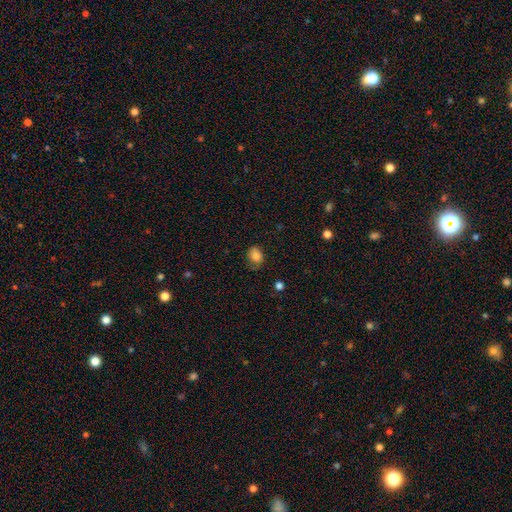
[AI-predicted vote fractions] smooth 82%, star or artifact 10%, featured or disk 8%. Down the decision tree: how rounded — in between (62%); merging — none (61%).